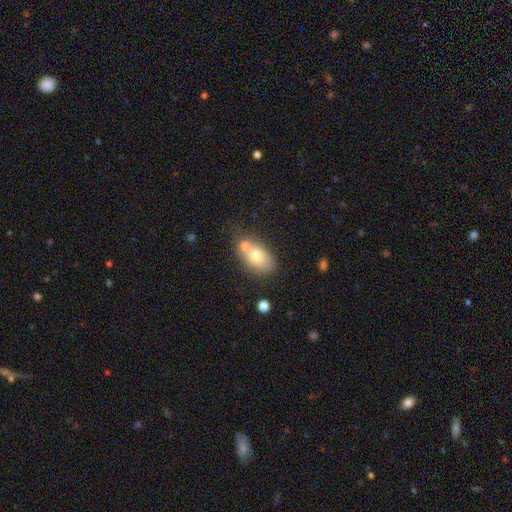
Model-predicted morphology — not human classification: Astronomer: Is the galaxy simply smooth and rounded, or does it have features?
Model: smooth — 68%.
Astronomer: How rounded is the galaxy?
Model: in between — 79%.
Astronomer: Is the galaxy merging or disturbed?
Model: none — 42% (runner-up: merger, 40%).